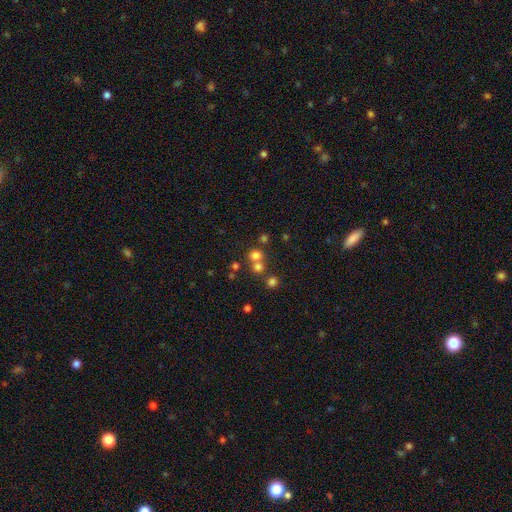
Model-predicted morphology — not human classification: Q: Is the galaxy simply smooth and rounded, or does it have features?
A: smooth — 68%.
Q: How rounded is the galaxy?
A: round — 87%.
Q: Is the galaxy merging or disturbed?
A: none — 54%.